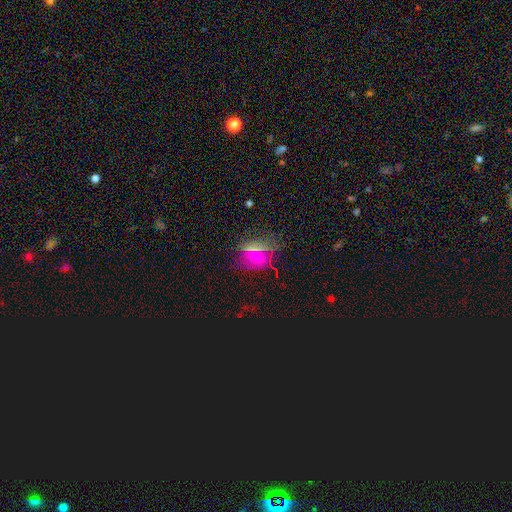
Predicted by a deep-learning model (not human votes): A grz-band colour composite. It shows a smooth galaxy with no disk features (60%) that is round (67%). Merging: none (76%).